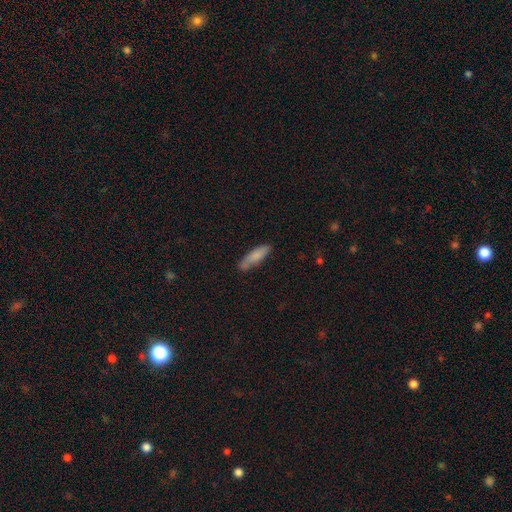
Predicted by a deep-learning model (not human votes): smooth_or_featured: smooth (p=0.80) [alt: featured or disk p=0.14]
how_rounded: cigar-shaped (p=0.61) [alt: in between p=0.37]
merging: none (p=0.74) [alt: minor disturbance p=0.20]